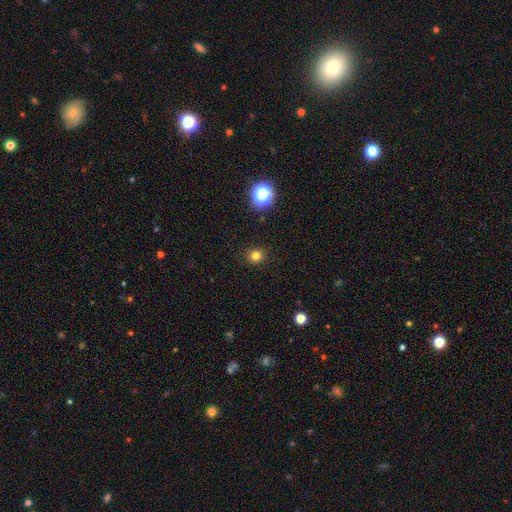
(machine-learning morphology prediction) smooth 79%, star or artifact 16%, featured or disk 5%. Down the decision tree: how rounded — round (87%); merging — none (91%).